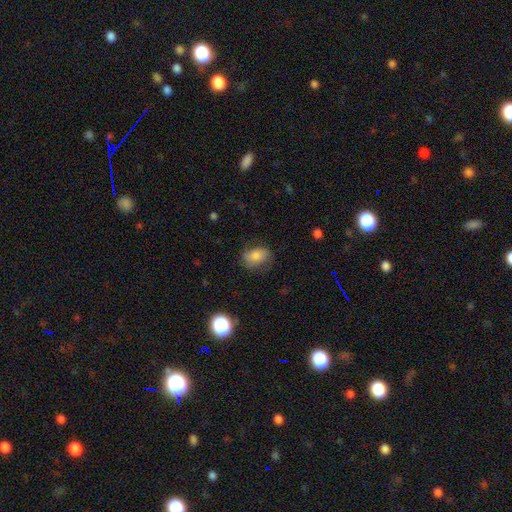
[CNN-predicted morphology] Smooth or featured: smooth — 76% (featured or disk — 14%)
How rounded: in between — 72% (round — 27%)
Merging: none — 69% (minor disturbance — 22%)